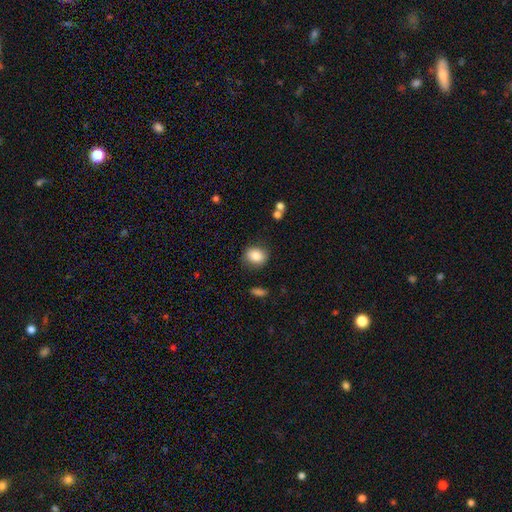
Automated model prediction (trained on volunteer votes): A smooth galaxy with no disk features (83%) that is round (59%). Merging: none (84%).